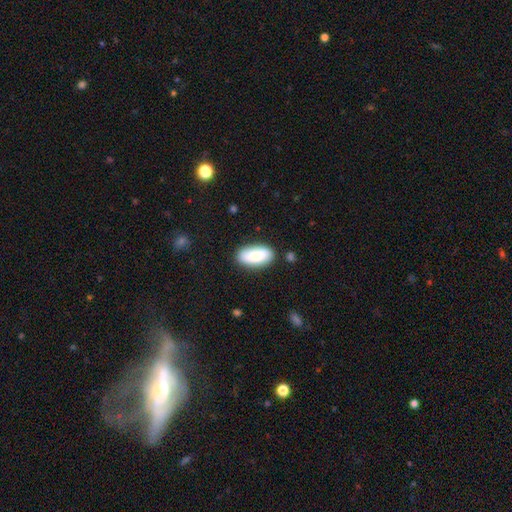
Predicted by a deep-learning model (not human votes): Q: Smooth or featured?
A: smooth (84%); runner-up: featured or disk (10%)
Q: How rounded?
A: in between (93%); runner-up: cigar-shaped (4%)
Q: Merging?
A: none (84%); runner-up: minor disturbance (12%)